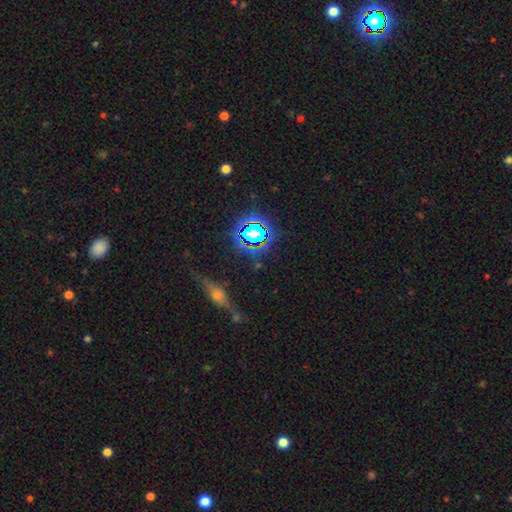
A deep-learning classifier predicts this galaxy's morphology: type=star or artifact (45%).